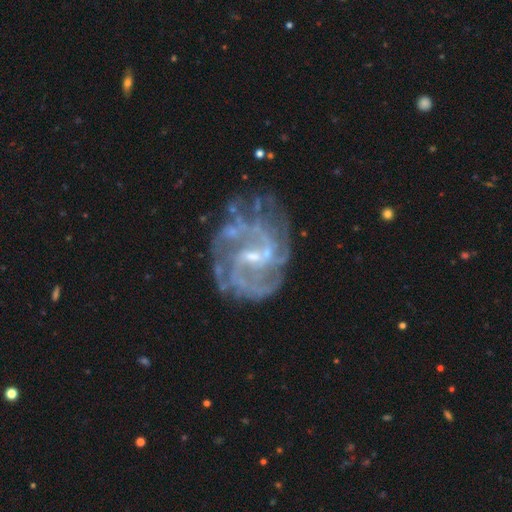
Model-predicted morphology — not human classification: This is clearly a featured or disk galaxy (88%). It is clearly not viewed edge-on (98%). Bar: possibly weak (57%). Spiral arm pattern: clearly yes (91%). Spiral arm count: marginally 2 (31%). Spiral winding: marginally medium (45%). Central bulge: likely small (68%). Merging: likely none (61%).